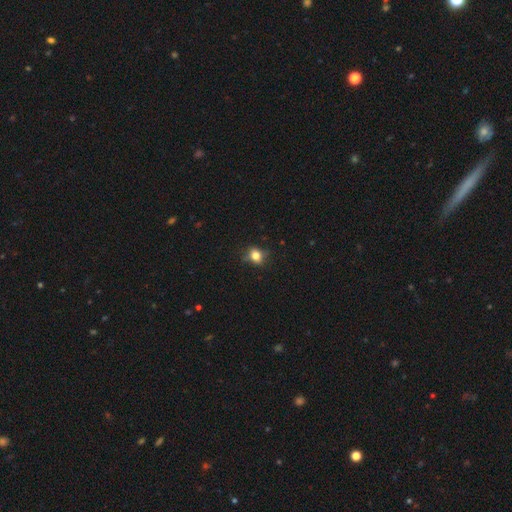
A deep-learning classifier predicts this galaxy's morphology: This is likely a smooth galaxy (78%). How rounded: possibly round (52%). Merging: likely none (72%).